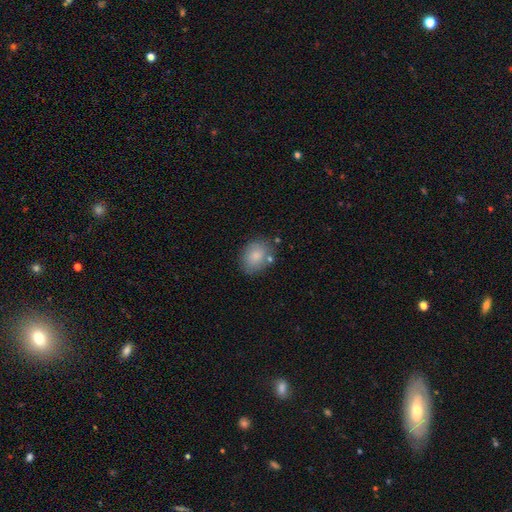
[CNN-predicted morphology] Smooth or featured? smooth (83%)
How rounded? in between (61%)
Merging? none (74%)